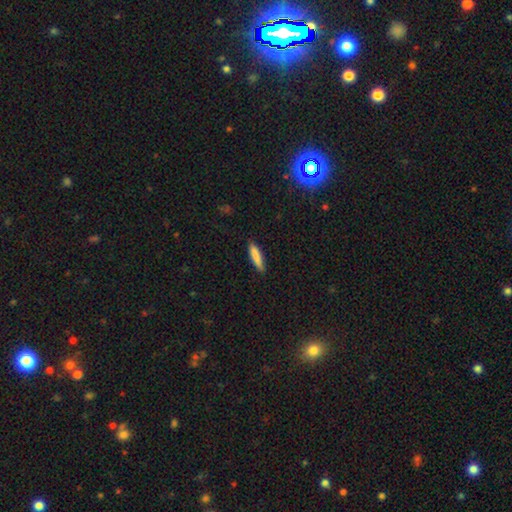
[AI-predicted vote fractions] Smooth or featured? smooth (84%)
How rounded? cigar-shaped (81%)
Merging? none (88%)